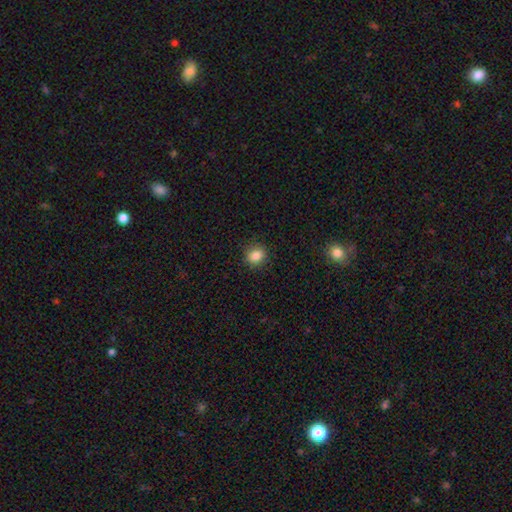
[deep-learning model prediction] A smooth galaxy with no disk features (84%) that is round (70%). Merging: none (89%).